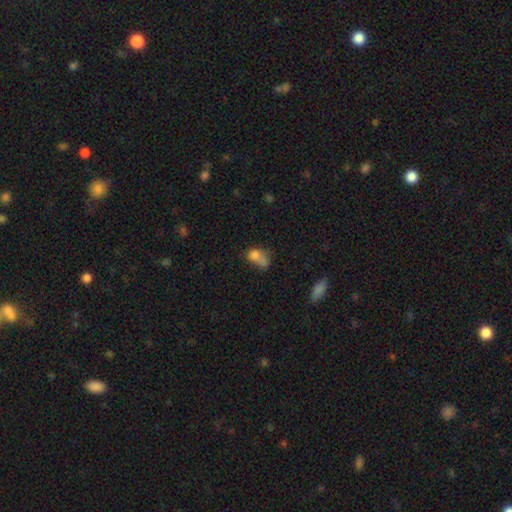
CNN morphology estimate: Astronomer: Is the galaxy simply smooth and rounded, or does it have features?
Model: smooth — 73%.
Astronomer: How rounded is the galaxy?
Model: in between — 74%.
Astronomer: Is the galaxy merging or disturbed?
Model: merger — 33% (runner-up: none, 25%).